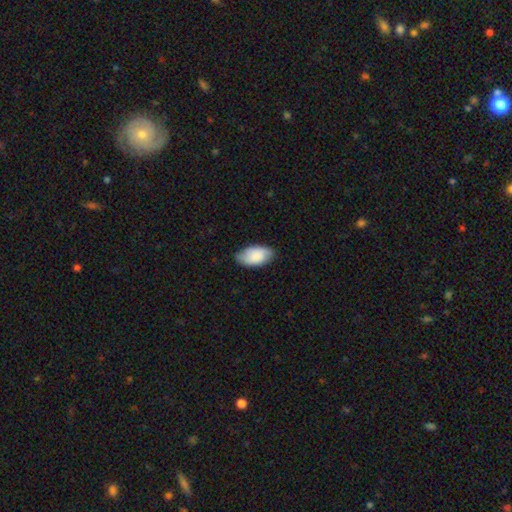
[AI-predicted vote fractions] Smooth or featured: smooth — 82% (featured or disk — 12%)
How rounded: in between — 95% (round — 3%)
Merging: none — 78% (minor disturbance — 18%)